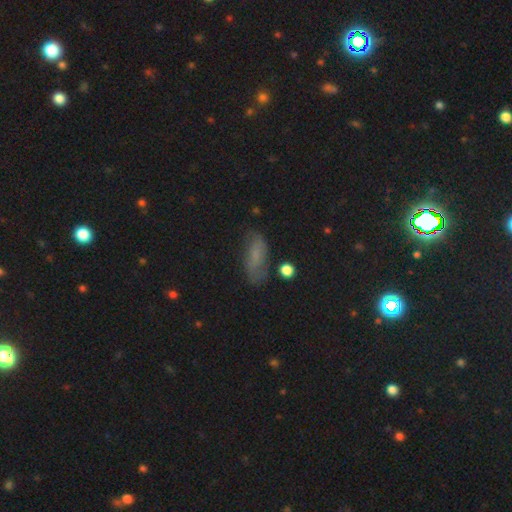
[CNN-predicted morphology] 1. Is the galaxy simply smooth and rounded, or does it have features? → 59% smooth, 26% featured or disk, 16% star or artifact.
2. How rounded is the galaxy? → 75% in between, 20% cigar-shaped, 4% round.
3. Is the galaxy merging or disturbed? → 64% none, 24% minor disturbance, 9% major disturbance, 3% merger.